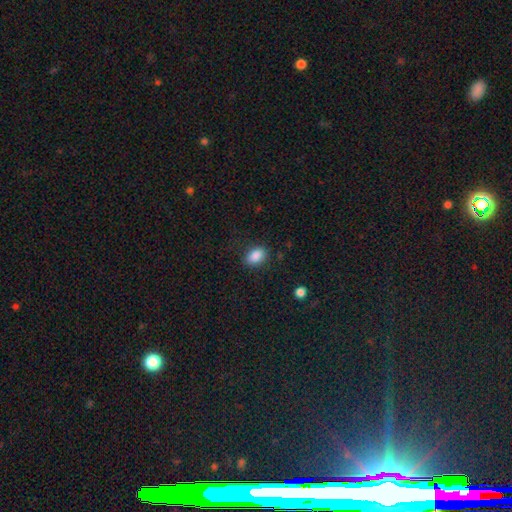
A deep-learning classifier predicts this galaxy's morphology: smooth_or_featured: smooth (p=0.87) [alt: star or artifact p=0.08]
how_rounded: in between (p=0.85) [alt: round p=0.13]
merging: none (p=0.85) [alt: minor disturbance p=0.11]